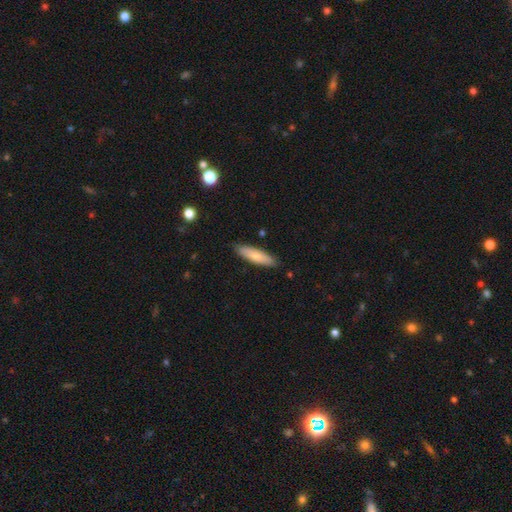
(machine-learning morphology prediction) smooth 72%, featured or disk 22%, star or artifact 6%. Down the decision tree: how rounded — cigar-shaped (66%); merging — none (86%).